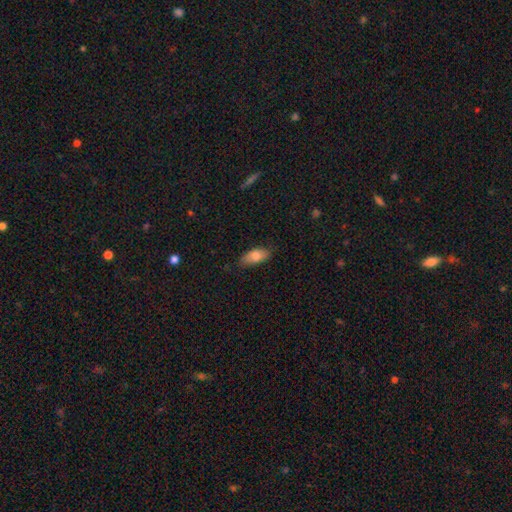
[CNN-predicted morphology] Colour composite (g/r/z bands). It shows a smooth galaxy with no disk features (80%) that is in between round and cigar-shaped (87%). Merging: none (74%).